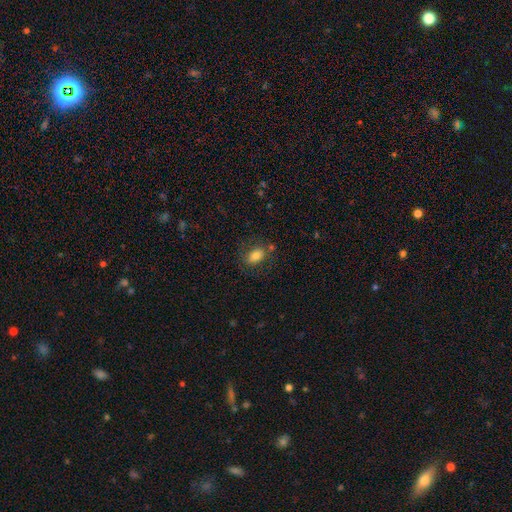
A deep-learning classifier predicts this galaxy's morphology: type=smooth (77%); roundness=in between (83%); merging=none (73%).